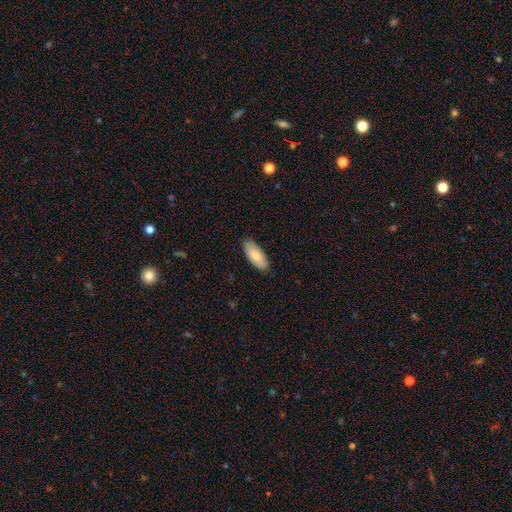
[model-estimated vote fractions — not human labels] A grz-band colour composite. It shows a smooth galaxy with no disk features (78%) that is in between round and cigar-shaped (85%). Merging: none (86%).